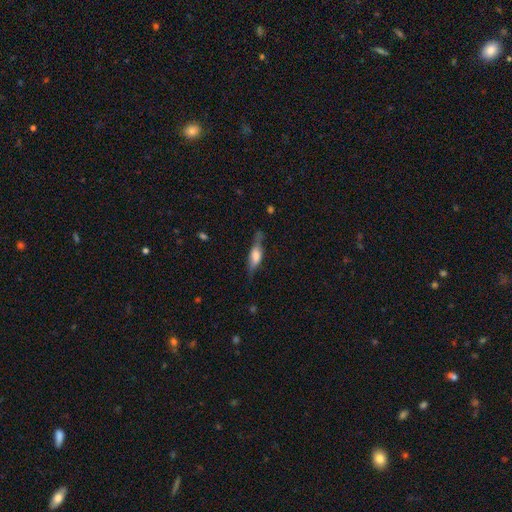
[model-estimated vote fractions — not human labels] This is possibly a featured or disk galaxy (49%). Merging: likely none (65%).